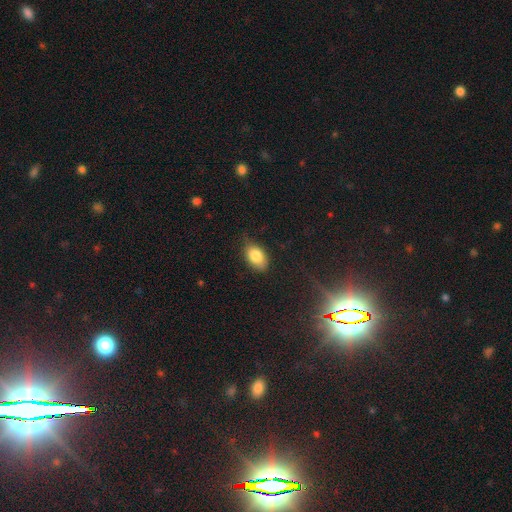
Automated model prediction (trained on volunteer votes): This appears to be a smooth galaxy with no disk features (83%) that is in between round and cigar-shaped (88%). Merging: none (71%).